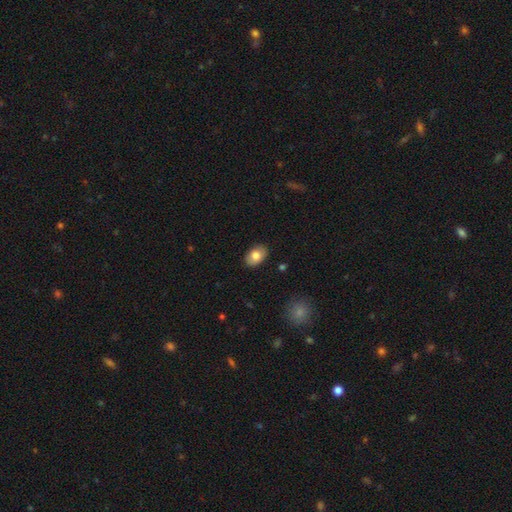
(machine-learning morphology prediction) Smooth or featured: smooth — 80% (featured or disk — 13%)
How rounded: in between — 88% (round — 11%)
Merging: none — 86% (minor disturbance — 11%)